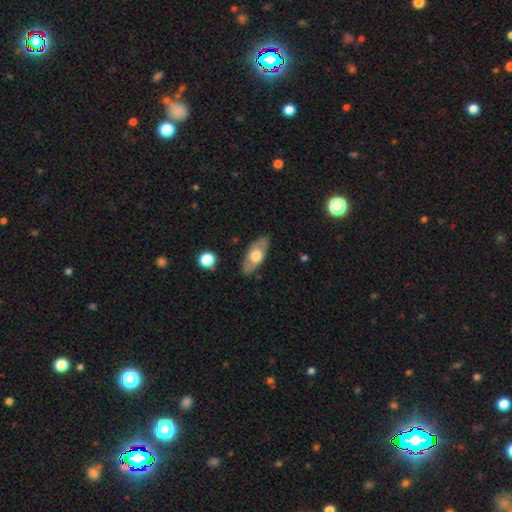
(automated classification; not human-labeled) Smooth or featured? smooth (56%)
How rounded? in between (83%)
Merging? none (82%)